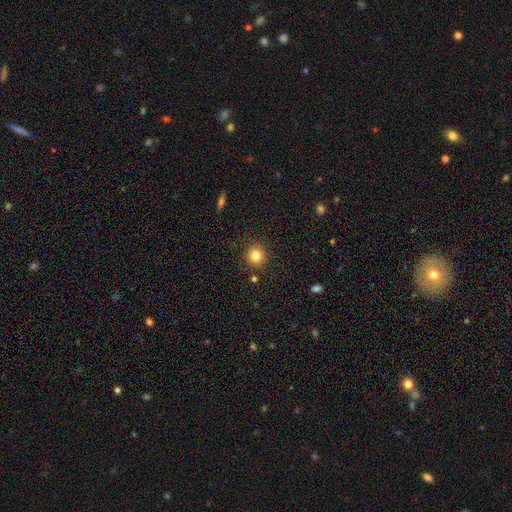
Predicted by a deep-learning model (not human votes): A smooth galaxy with no disk features (82%) that is round (91%).

Vote fractions:
- Smooth or featured? smooth: 82% / star or artifact: 12% / featured or disk: 6%
- How rounded? round: 91% / in between: 8% / cigar-shaped: 1%
- Merging? none: 90% / minor disturbance: 6% / major disturbance: 2% / merger: 2%